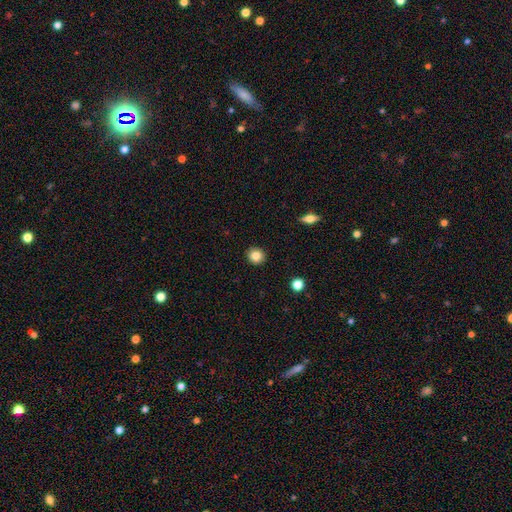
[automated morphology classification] Smooth or featured? smooth (83%)
How rounded? round (89%)
Merging? none (92%)